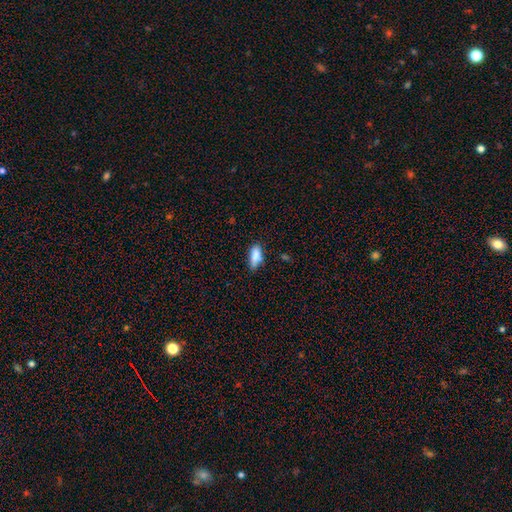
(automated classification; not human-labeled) A smooth galaxy with no disk features (85%) that is in between round and cigar-shaped (84%). Merging: none (58%).